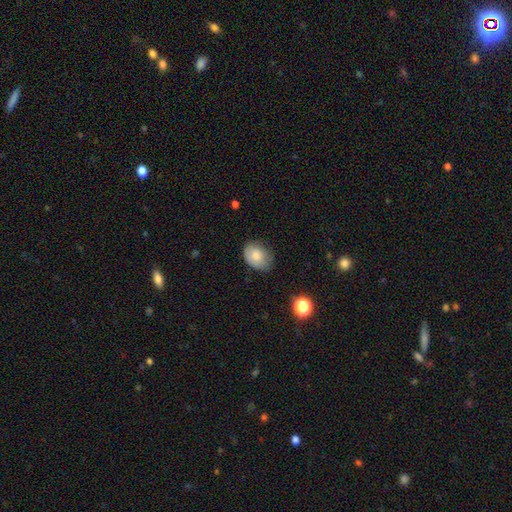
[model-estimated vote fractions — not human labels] Q: Smooth or featured?
A: smooth (78%); runner-up: featured or disk (14%)
Q: How rounded?
A: in between (73%); runner-up: round (26%)
Q: Merging?
A: none (64%); runner-up: minor disturbance (28%)